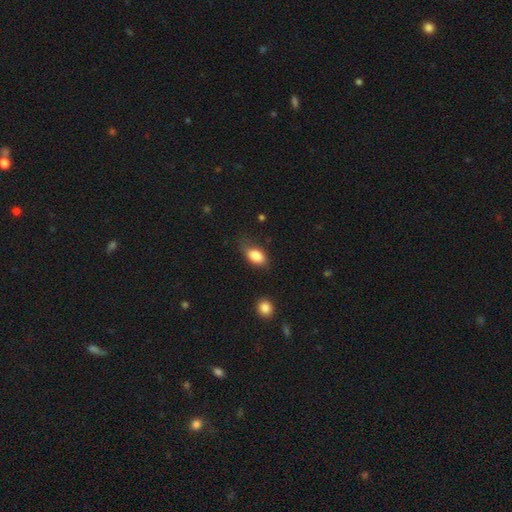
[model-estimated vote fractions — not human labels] Smooth or featured? Predicted: smooth (p=0.84). How rounded? Predicted: in between (p=0.89). Merging? Predicted: none (p=0.61).